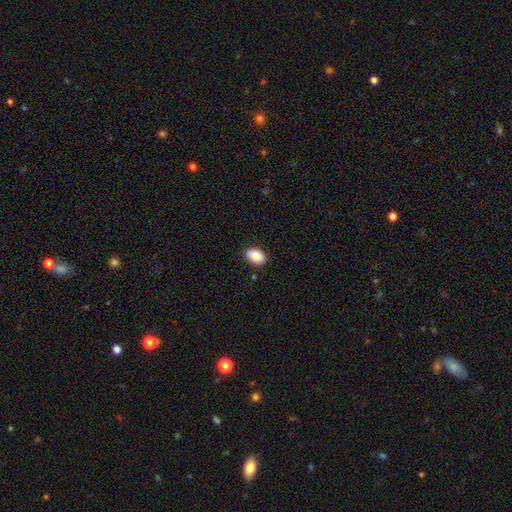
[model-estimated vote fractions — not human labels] Overall: smooth (89%). How rounded: in between (88%). Merging: none (86%).